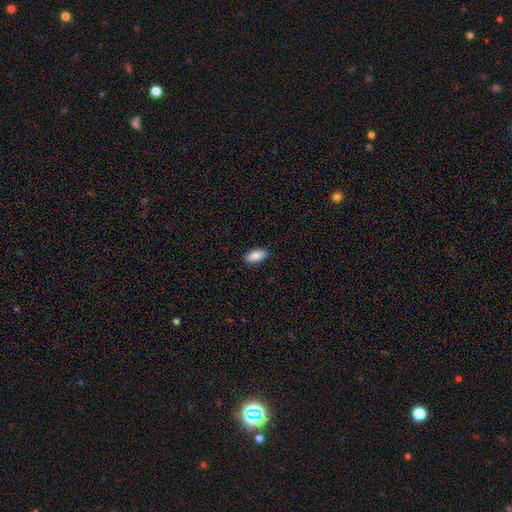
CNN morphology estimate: smooth_or_featured: smooth (p=0.90) [alt: star or artifact p=0.06]
how_rounded: in between (p=0.90) [alt: cigar-shaped p=0.07]
merging: none (p=0.88) [alt: minor disturbance p=0.09]